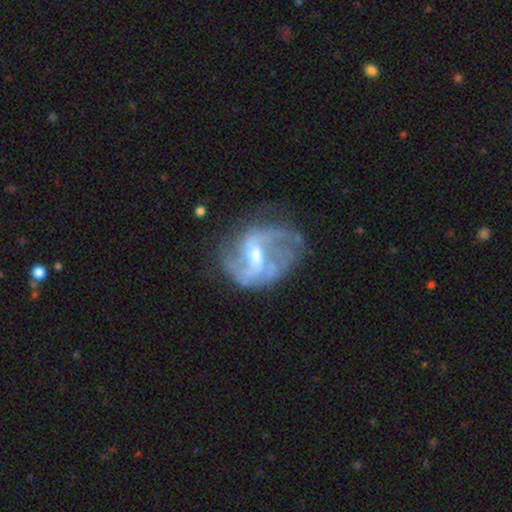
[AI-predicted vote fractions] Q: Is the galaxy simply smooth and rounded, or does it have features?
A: featured or disk — 85%.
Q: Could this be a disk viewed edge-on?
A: no — 98%.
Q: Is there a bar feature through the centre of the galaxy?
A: weak — 56%.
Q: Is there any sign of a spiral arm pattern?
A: yes — 90%.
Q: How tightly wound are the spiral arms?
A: medium — 45%.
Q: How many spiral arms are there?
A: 2 — 57%.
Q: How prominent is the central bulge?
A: moderate — 54%.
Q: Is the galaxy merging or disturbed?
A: none — 54%.